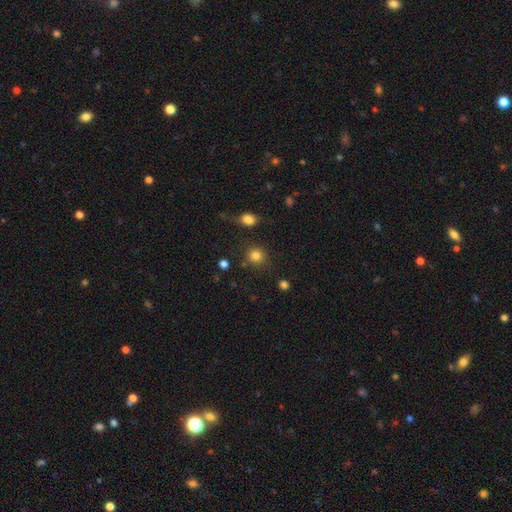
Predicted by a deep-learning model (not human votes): A smooth galaxy with no disk features (83%) that is round (89%). Merging: none (82%).